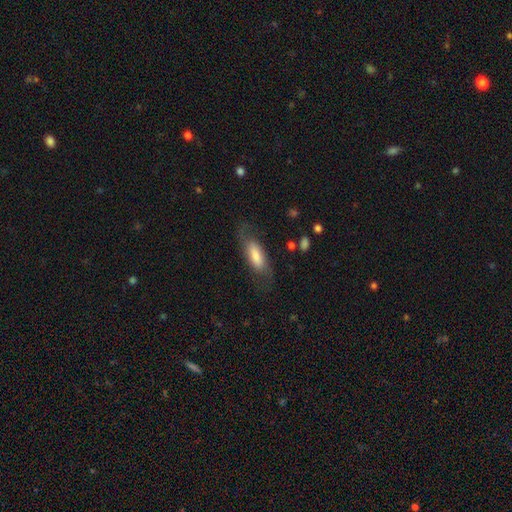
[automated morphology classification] This is possibly a smooth galaxy (58%). How rounded: likely in between (69%). Merging: likely none (66%).